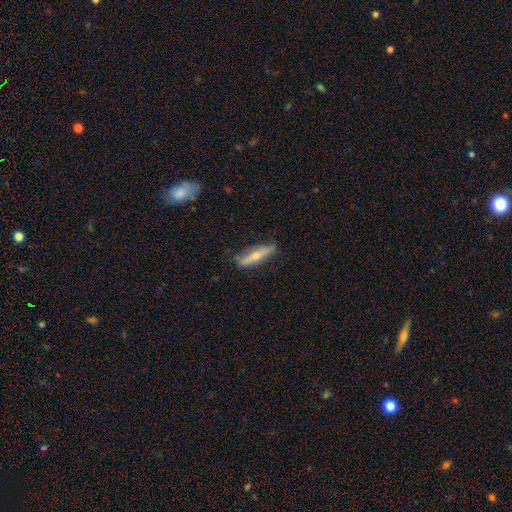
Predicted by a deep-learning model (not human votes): A featured or disk galaxy (52%) viewed edge-on (84%). Merging: none (75%).